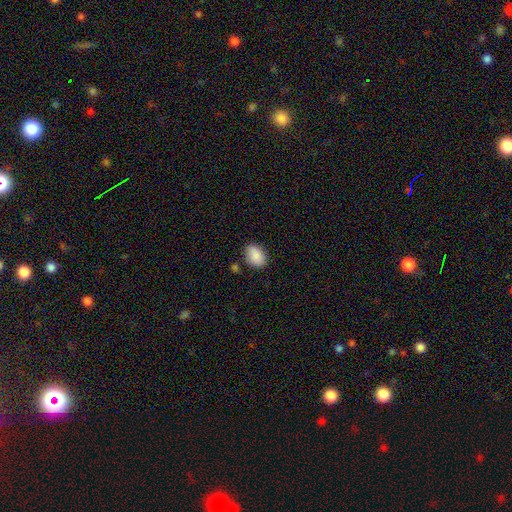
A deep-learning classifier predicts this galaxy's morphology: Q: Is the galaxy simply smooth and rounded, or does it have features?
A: smooth — 88%.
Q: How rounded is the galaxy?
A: in between — 78%.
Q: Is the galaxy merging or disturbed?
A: none — 77%.